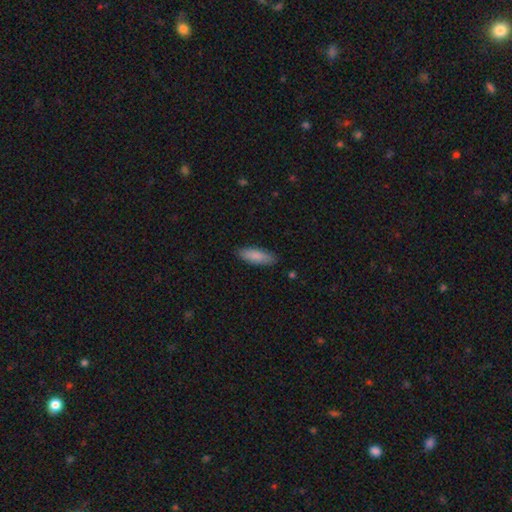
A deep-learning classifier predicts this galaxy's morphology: smooth 87%, featured or disk 8%, star or artifact 6%. Down the decision tree: how rounded — in between (65%); merging — none (87%).